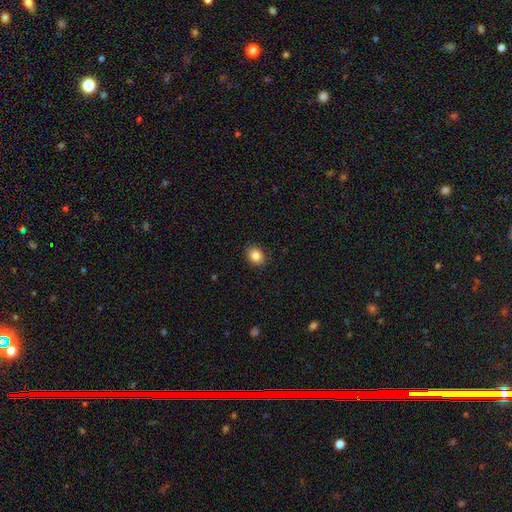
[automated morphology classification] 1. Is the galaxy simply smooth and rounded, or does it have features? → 84% smooth, 9% star or artifact, 7% featured or disk.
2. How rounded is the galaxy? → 52% in between, 48% round, 1% cigar-shaped.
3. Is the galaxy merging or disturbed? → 90% none, 8% minor disturbance, 2% major disturbance, 1% merger.